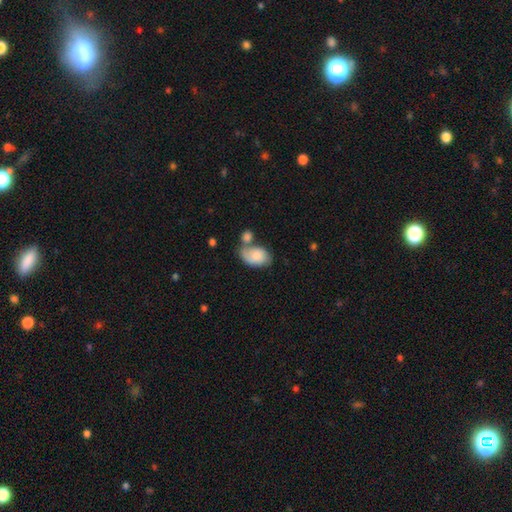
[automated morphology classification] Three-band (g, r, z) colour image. It shows a smooth galaxy with no disk features (71%) that is in between round and cigar-shaped (85%). Merging: merger (38%).